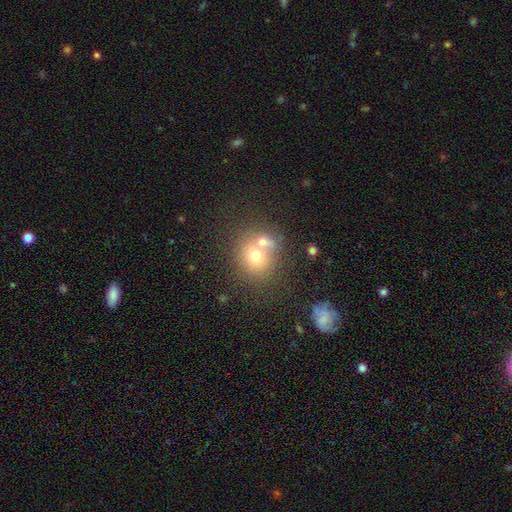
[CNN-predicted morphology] The model was most divided on "merging": merger: 48%, none: 40%, minor disturbance: 8%, major disturbance: 4%. More confident: how rounded — round (77%); smooth or featured — smooth (68%).